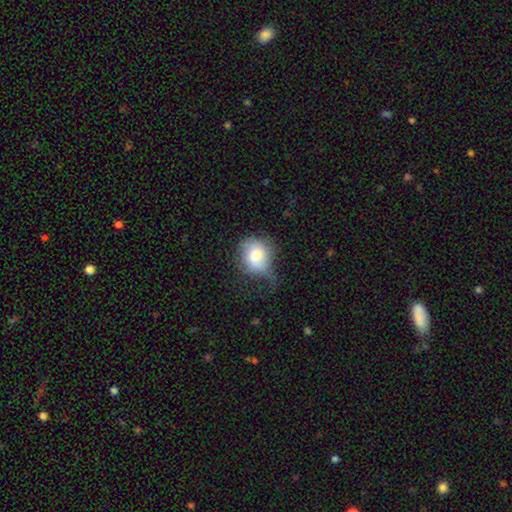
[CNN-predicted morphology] A smooth galaxy with no disk features (75%) that is round (68%).

Vote fractions:
- Smooth or featured? smooth: 75% / featured or disk: 17% / star or artifact: 8%
- How rounded? round: 68% / in between: 31% / cigar-shaped: 1%
- Merging? minor disturbance: 37% / none: 33% / major disturbance: 26% / merger: 3%